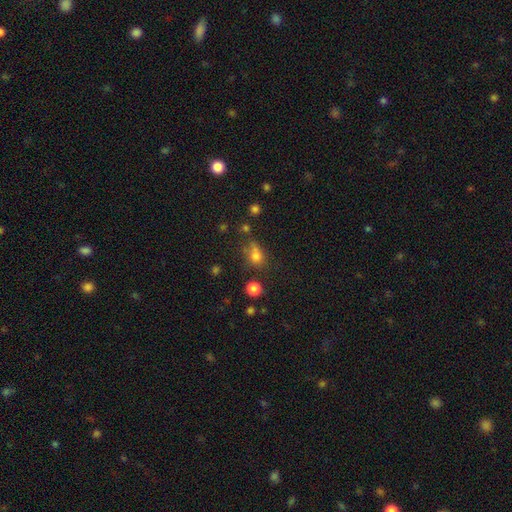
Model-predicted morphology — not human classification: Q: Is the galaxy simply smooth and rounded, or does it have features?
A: smooth — 72%.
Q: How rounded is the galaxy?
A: in between — 53%.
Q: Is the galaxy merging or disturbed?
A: none — 48%.